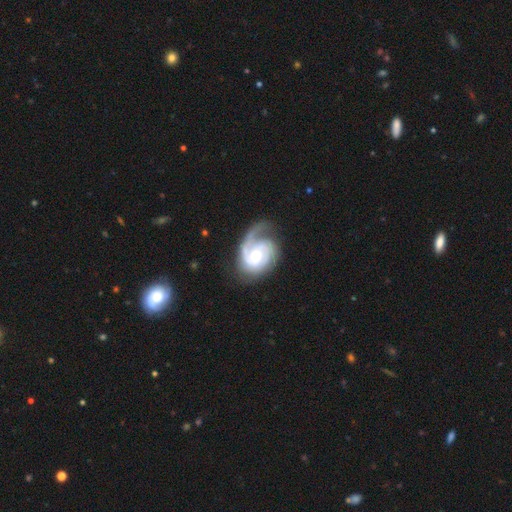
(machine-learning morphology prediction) type=featured or disk (89%); edge-on=no (98%); bar=no (57%); spiral arms=yes (97%); winding=tight (53%); arm count=2 (45%); bulge=moderate (65%); merging=none (55%).